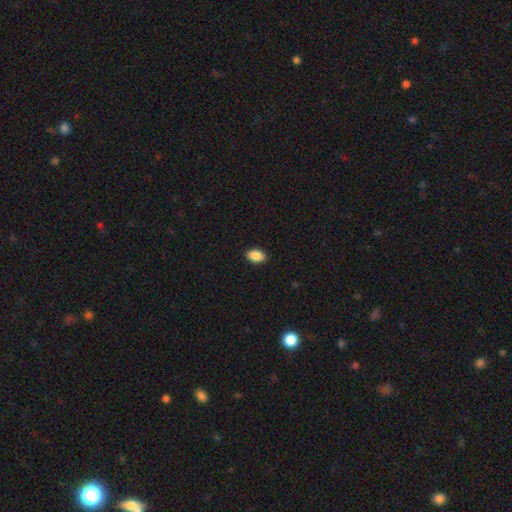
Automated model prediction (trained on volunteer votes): This is clearly a smooth galaxy (89%). How rounded: clearly in between (89%). Merging: clearly none (90%).